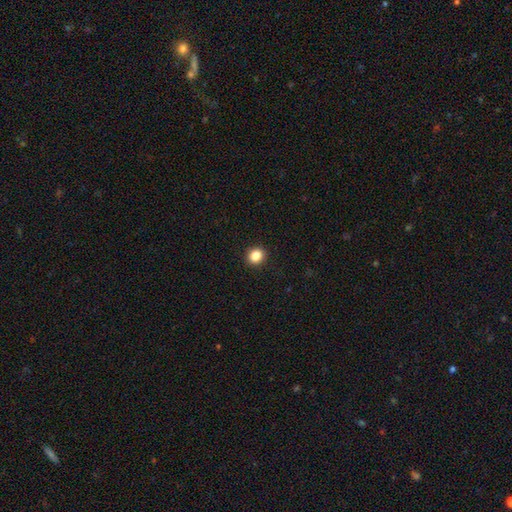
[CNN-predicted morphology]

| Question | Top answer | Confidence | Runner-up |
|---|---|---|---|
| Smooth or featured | smooth | 85% | star or artifact (11%) |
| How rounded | round | 82% | in between (17%) |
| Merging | none | 93% | minor disturbance (5%) |